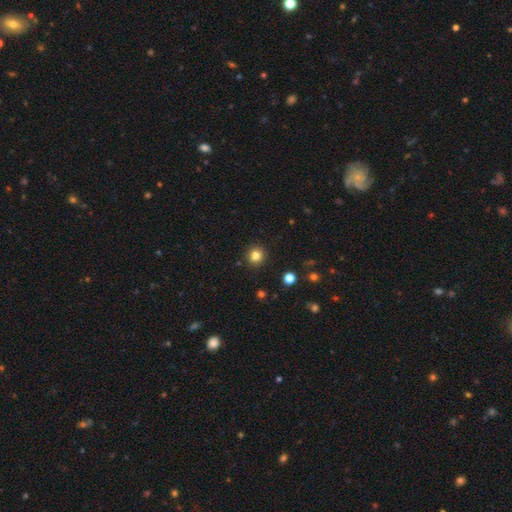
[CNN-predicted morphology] smooth-or-featured: smooth: 83% | star or artifact: 12% | featured or disk: 5%
  how-rounded: round: 93% | in between: 6% | cigar-shaped: 1%
  merging: none: 91% | minor disturbance: 6% | major disturbance: 2% | merger: 1%